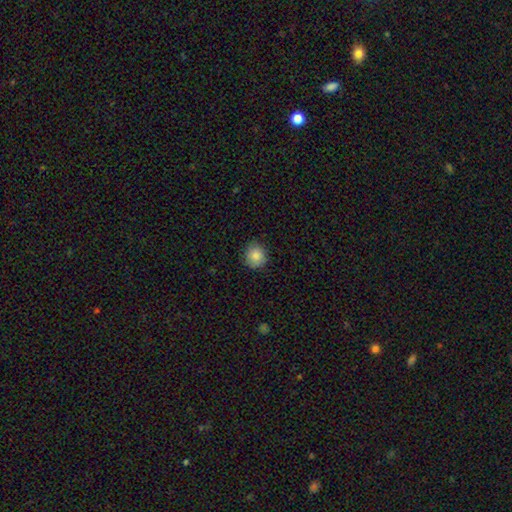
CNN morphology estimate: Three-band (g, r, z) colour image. It shows a smooth galaxy with no disk features (87%) that is round (88%). Merging: none (87%).